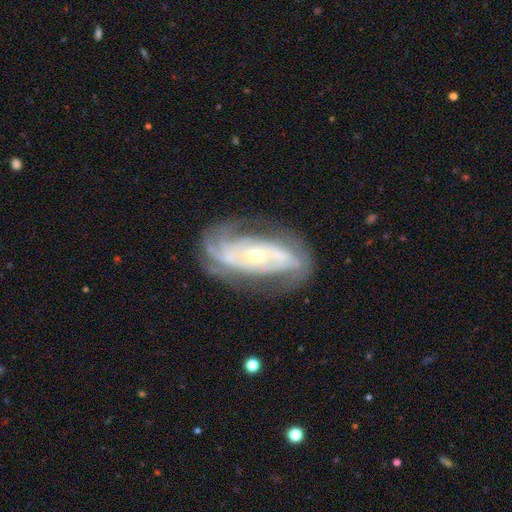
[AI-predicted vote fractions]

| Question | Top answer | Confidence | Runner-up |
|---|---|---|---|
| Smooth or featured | featured or disk | 85% | smooth (9%) |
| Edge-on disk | no | 93% | yes (7%) |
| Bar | no | 64% | weak (22%) |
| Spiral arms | yes | 92% | no (8%) |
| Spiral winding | tight | 54% | medium (33%) |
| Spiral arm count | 2 | 32% | can't tell (31%) |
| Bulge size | small | 62% | moderate (34%) |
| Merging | none | 67% | minor disturbance (19%) |